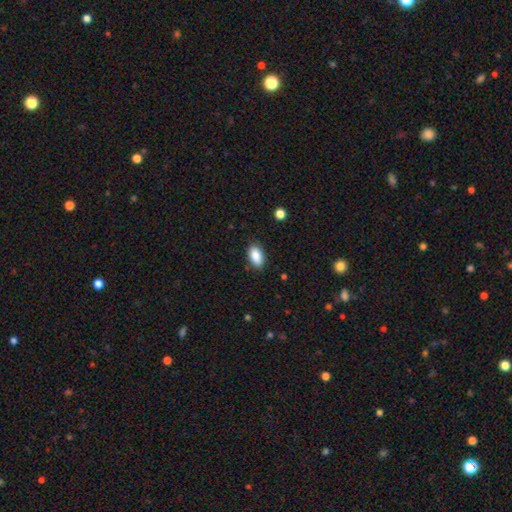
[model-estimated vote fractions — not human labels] Q: Smooth or featured?
A: smooth (88%); runner-up: star or artifact (7%)
Q: How rounded?
A: in between (93%); runner-up: round (5%)
Q: Merging?
A: none (86%); runner-up: minor disturbance (11%)